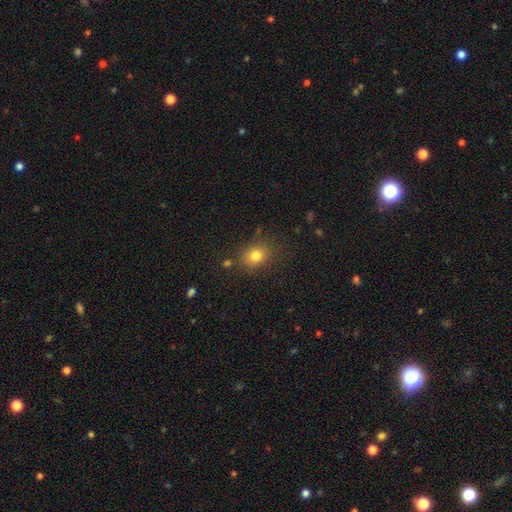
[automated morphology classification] Smooth or featured?
  - smooth: 80% *
  - star or artifact: 13%
  - featured or disk: 8%
How rounded?
  - round: 57% *
  - in between: 42%
  - cigar-shaped: 1%
Merging?
  - none: 80% *
  - minor disturbance: 12%
  - major disturbance: 4%
  - merger: 4%